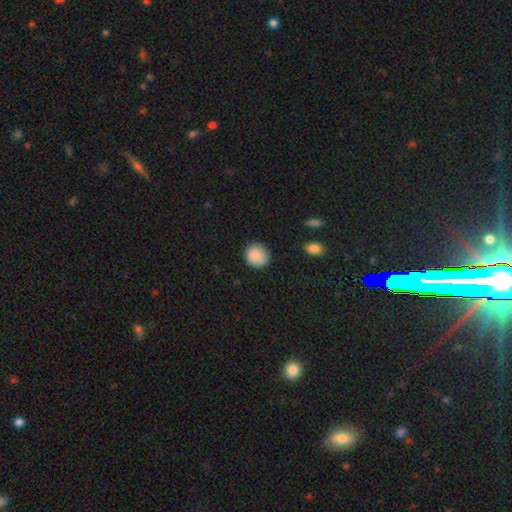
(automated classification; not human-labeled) Morphology: type=smooth (89%); roundness=round (88%); merging=none (88%).